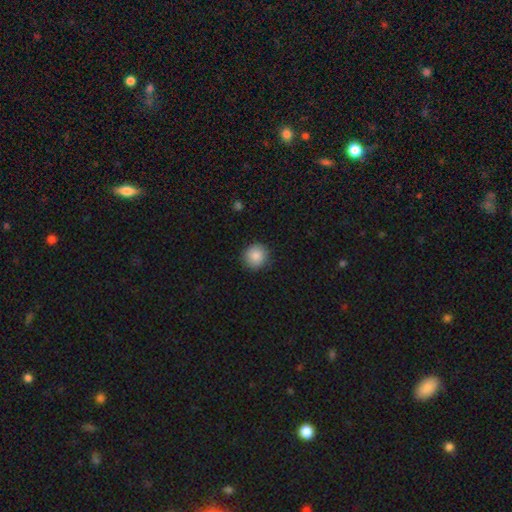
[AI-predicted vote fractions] Overall: smooth (86%). How rounded: round (91%). Merging: none (87%).